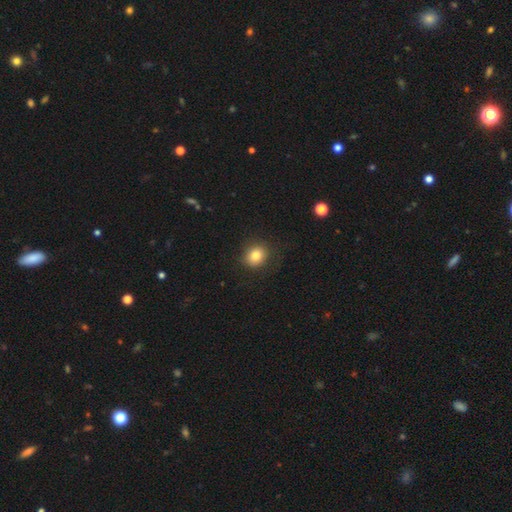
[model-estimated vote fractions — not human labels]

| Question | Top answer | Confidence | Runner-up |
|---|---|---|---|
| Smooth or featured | smooth | 83% | star or artifact (10%) |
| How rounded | round | 71% | in between (29%) |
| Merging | none | 86% | minor disturbance (10%) |